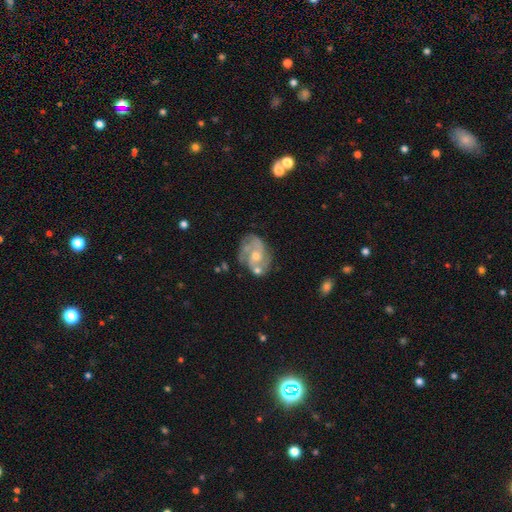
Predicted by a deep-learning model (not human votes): featured or disk 77%, smooth 15%, star or artifact 8%. Down the decision tree: edge-on disk — no (97%); bar — no (70%); spiral arms — yes (87%); spiral arm count — 2 (29%, tied with 3); spiral winding — medium (44%); bulge size — moderate (52%); merging — none (59%).